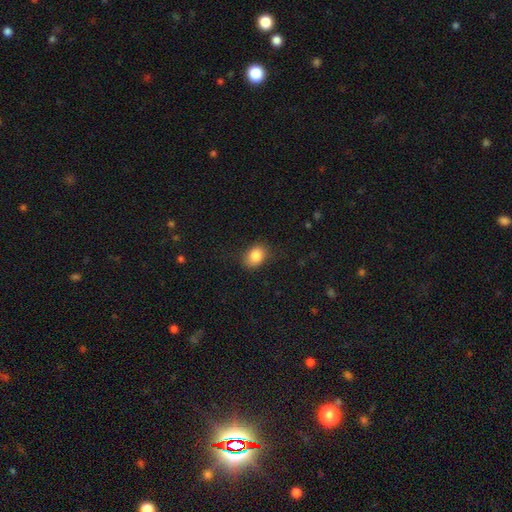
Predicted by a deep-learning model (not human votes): The model was most divided on "how rounded": in between: 67%, round: 32%, cigar-shaped: 1%. More confident: smooth or featured — smooth (85%); merging — none (80%).